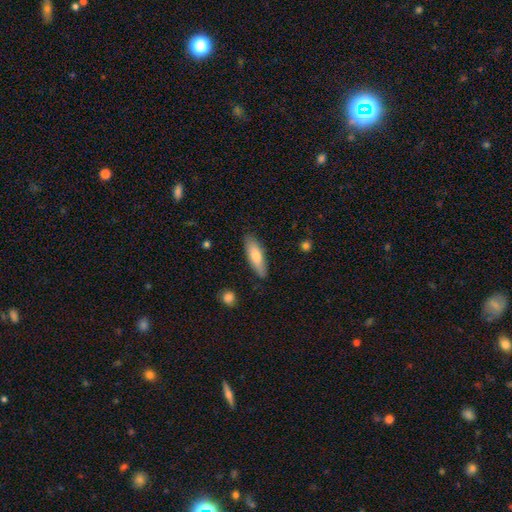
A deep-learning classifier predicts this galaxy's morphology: Overall: smooth (73%). How rounded: in between (53%; cigar-shaped 45%). Merging: none (85%).